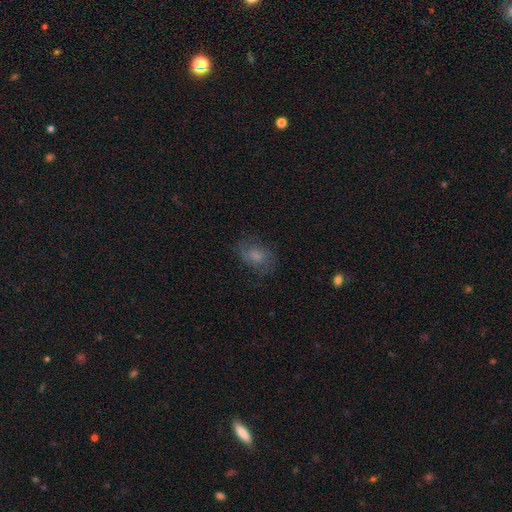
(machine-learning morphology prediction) smooth 58%, featured or disk 29%, star or artifact 13%. Down the decision tree: how rounded — in between (72%); merging — none (64%).